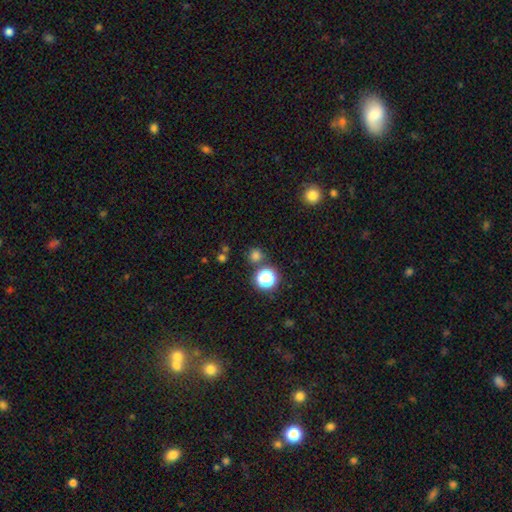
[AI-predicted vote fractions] Smooth or featured?
  - smooth: 71% *
  - star or artifact: 24%
  - featured or disk: 5%
How rounded?
  - round: 92% *
  - in between: 7%
  - cigar-shaped: 1%
Merging?
  - none: 81% *
  - merger: 9%
  - minor disturbance: 7%
  - major disturbance: 3%